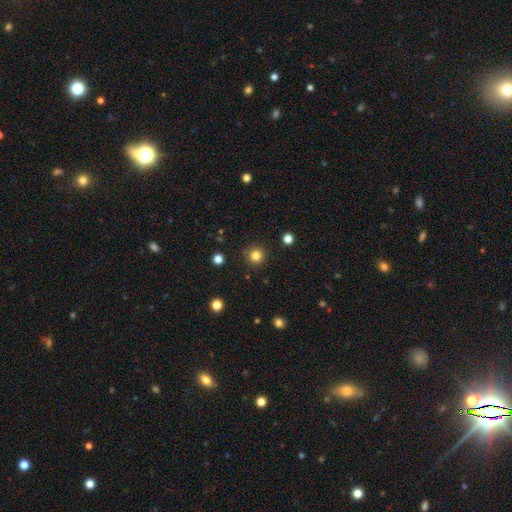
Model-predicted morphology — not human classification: smooth 82%, star or artifact 13%, featured or disk 5%. Down the decision tree: how rounded — round (96%); merging — none (91%).